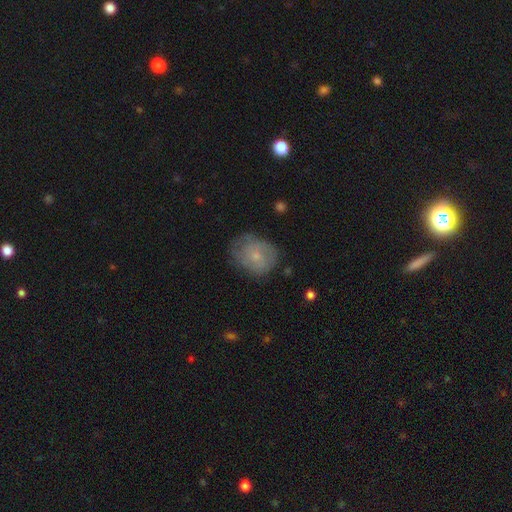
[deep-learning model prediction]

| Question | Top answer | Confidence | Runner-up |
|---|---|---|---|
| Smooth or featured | smooth | 51% | featured or disk (41%) |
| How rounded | round | 56% | in between (43%) |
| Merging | none | 63% | minor disturbance (26%) |